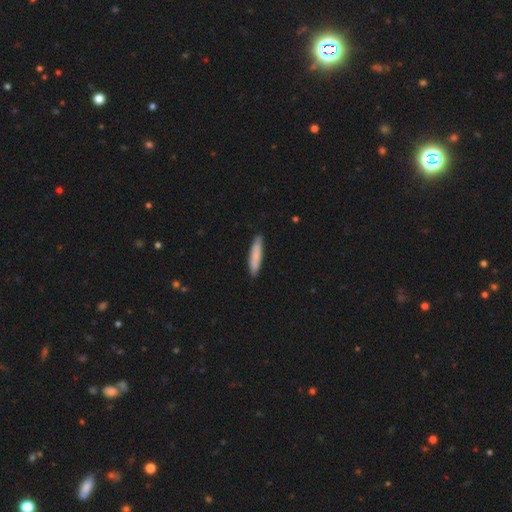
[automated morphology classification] Overall: smooth (82%). How rounded: cigar-shaped (87%). Merging: none (88%).